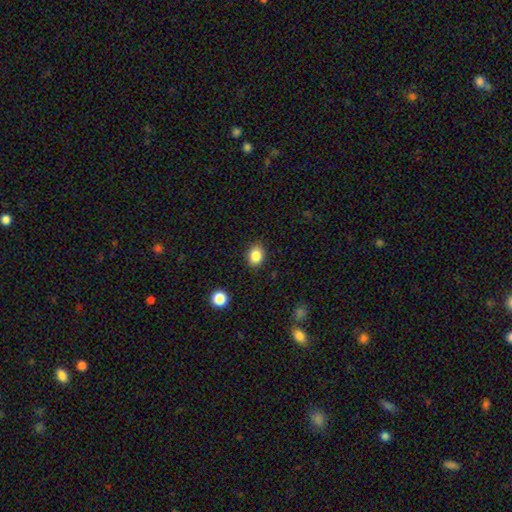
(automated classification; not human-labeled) Smooth or featured: smooth — 86% (star or artifact — 9%)
How rounded: in between — 54% (round — 45%)
Merging: none — 87% (minor disturbance — 9%)